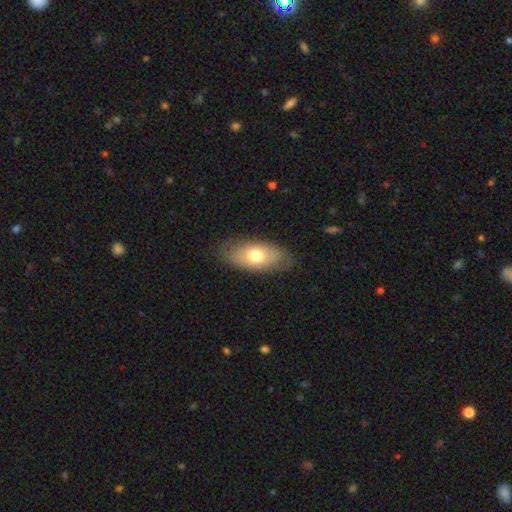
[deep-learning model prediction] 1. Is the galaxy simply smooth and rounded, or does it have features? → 67% smooth, 26% featured or disk, 7% star or artifact.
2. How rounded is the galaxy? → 88% in between, 7% cigar-shaped, 5% round.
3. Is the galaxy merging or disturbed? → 80% none, 15% minor disturbance, 4% major disturbance, 1% merger.